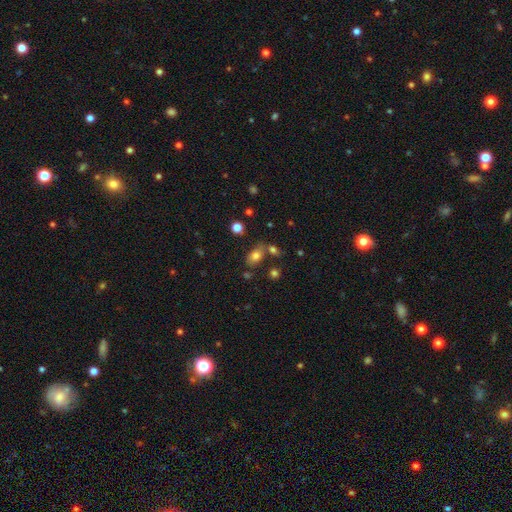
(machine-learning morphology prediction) smooth 77%, star or artifact 12%, featured or disk 11%. Down the decision tree: how rounded — in between (84%); merging — none (65%).